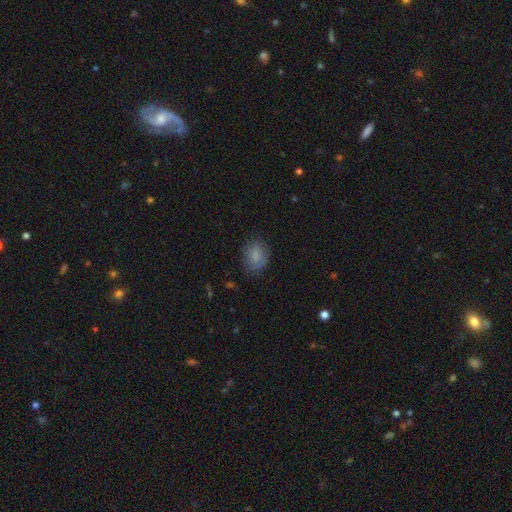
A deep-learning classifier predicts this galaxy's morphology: Smooth or featured? Predicted: smooth (p=0.83). How rounded? Predicted: in between (p=0.64). Merging? Predicted: none (p=0.76).